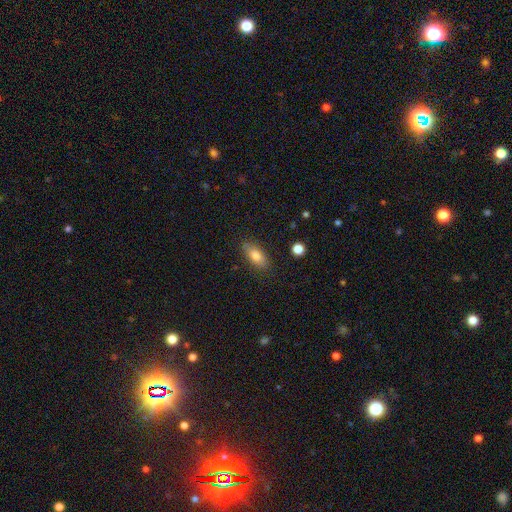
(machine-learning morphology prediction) Overall: smooth (79%). How rounded: in between (83%). Merging: none (84%).